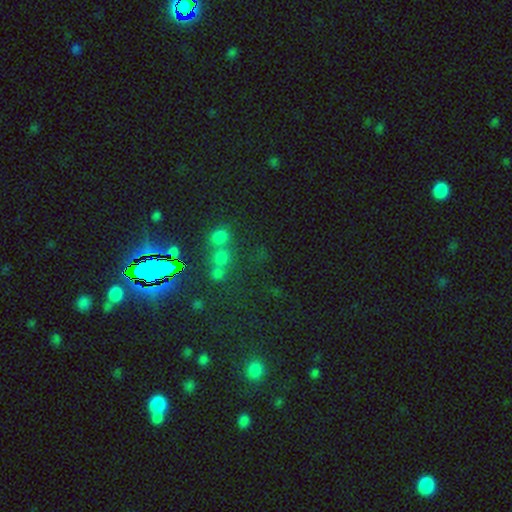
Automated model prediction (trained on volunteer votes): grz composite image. It shows a star or artifact, not a galaxy (53%).